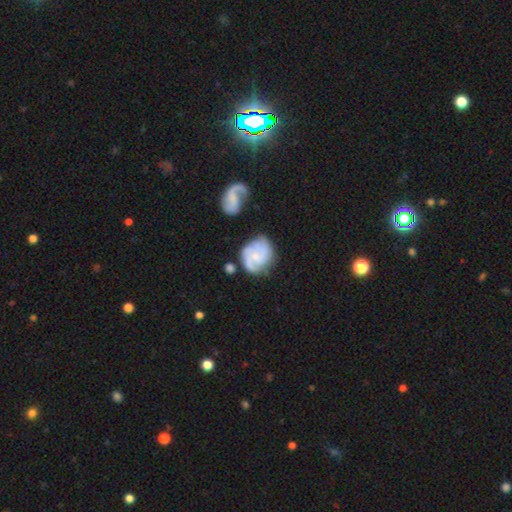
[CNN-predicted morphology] Smooth or featured? Predicted: featured or disk (p=0.74). Edge-on disk? Predicted: no (p=0.98). Bar? Predicted: no (p=0.68). Spiral arms? Predicted: yes (p=0.94). Spiral winding? Predicted: tight (p=0.44). Spiral arm count? Predicted: 2 (p=0.39). Bulge size? Predicted: small (p=0.67). Merging? Predicted: none (p=0.58).